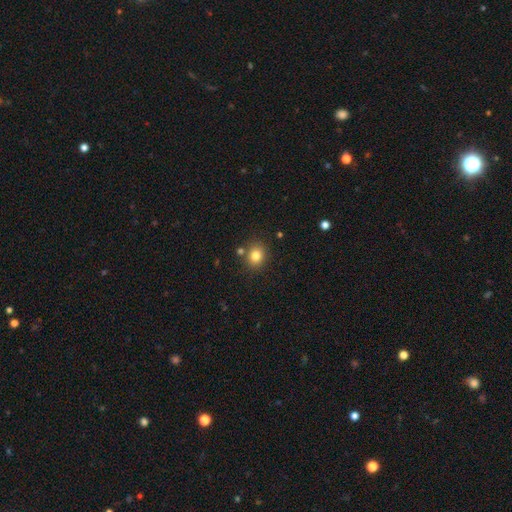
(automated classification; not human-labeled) The model was most divided on "how rounded": round: 73%, in between: 26%, cigar-shaped: 1%. More confident: smooth or featured — smooth (81%); merging — none (79%).